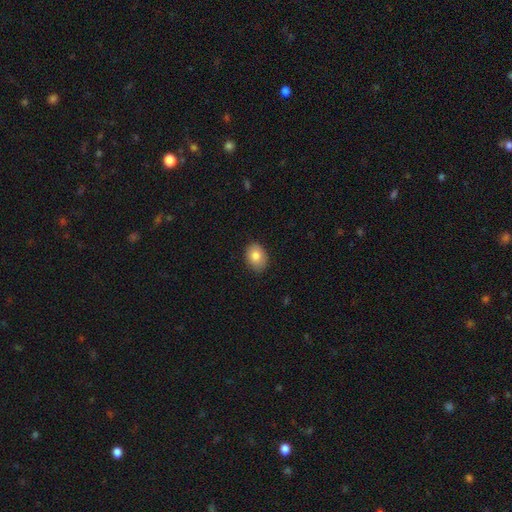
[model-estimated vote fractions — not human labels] Smooth or featured? smooth (83%)
How rounded? in between (70%)
Merging? none (85%)